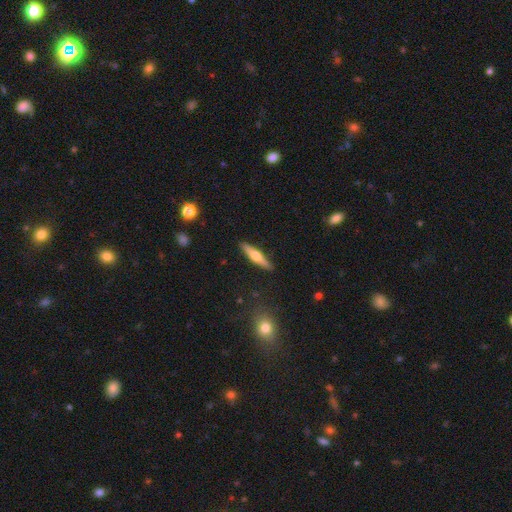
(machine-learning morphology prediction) smooth-or-featured: featured or disk: 56% | smooth: 38% | star or artifact: 6%
  disk-edge-on: yes: 96% | no: 4%
    edge-on-bulge: rounded: 90% | boxy: 5% | none: 5%
  merging: none: 89% | minor disturbance: 7% | major disturbance: 2% | merger: 1%